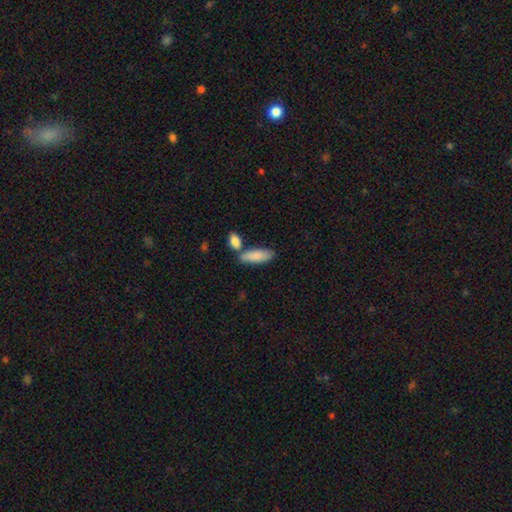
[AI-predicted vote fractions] Morphology: type=smooth (85%); roundness=in between (64%); merging=none (60%).